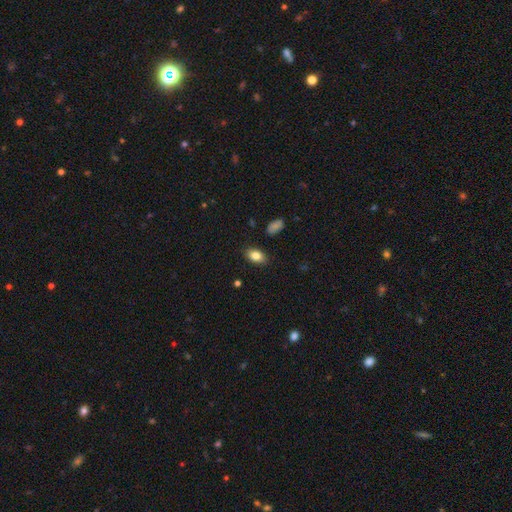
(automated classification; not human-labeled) The model was most divided on "smooth or featured": smooth: 84%, featured or disk: 8%, star or artifact: 8%. More confident: how rounded — in between (89%); merging — none (87%).